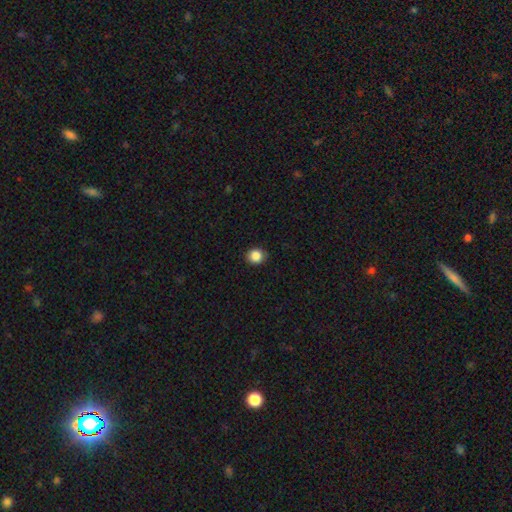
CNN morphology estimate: The model was most divided on "how rounded": round: 84%, in between: 15%, cigar-shaped: 1%. More confident: merging — none (91%); smooth or featured — smooth (86%).